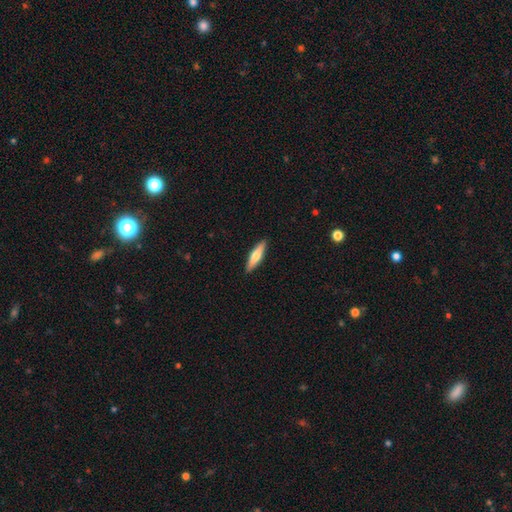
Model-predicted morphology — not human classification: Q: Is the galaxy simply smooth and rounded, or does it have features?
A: smooth — 57%.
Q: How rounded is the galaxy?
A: cigar-shaped — 76%.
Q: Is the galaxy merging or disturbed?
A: none — 91%.